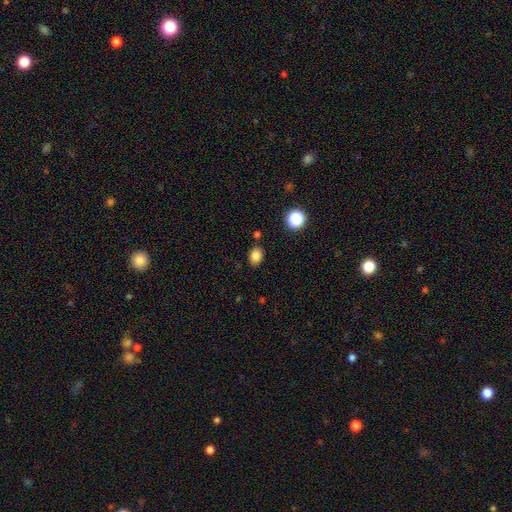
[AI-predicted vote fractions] Smooth or featured? smooth (83%)
How rounded? in between (55%)
Merging? none (82%)